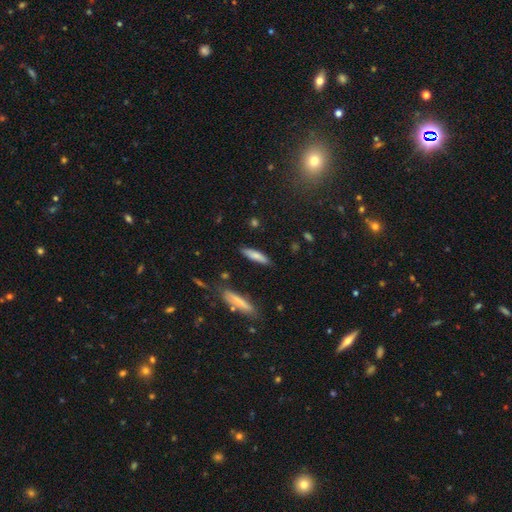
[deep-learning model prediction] A smooth galaxy with no disk features (76%) that is cigar-shaped (72%).

Vote fractions:
- Smooth or featured? smooth: 76% / featured or disk: 17% / star or artifact: 7%
- How rounded? cigar-shaped: 72% / in between: 26% / round: 2%
- Merging? none: 84% / minor disturbance: 11% / merger: 3% / major disturbance: 2%